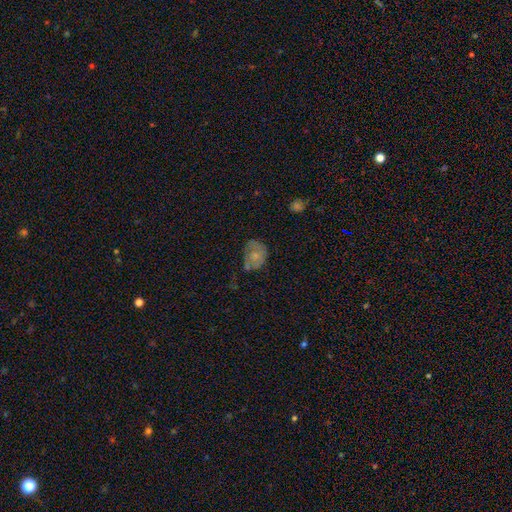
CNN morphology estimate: type=smooth (58%); roundness=in between (57%); merging=none (44%).